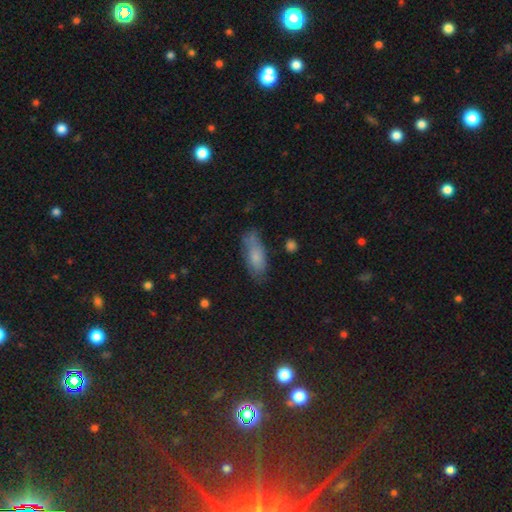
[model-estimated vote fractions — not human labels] The model was most divided on "merging": none: 61%, minor disturbance: 26%, major disturbance: 8%, merger: 5%. More confident: smooth or featured — smooth (74%); how rounded — in between (73%).